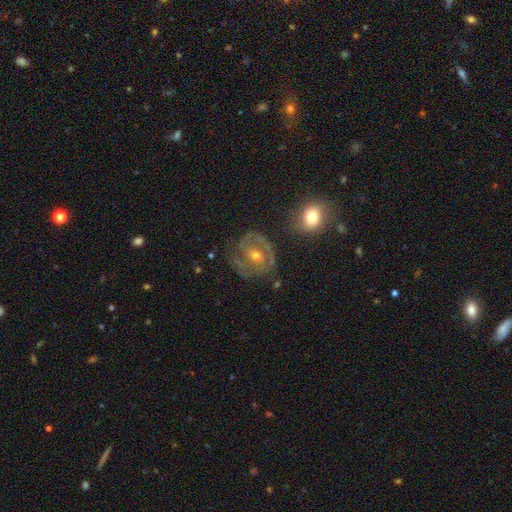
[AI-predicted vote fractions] Smooth or featured: featured or disk — 76% (smooth — 17%)
Edge-on disk: no — 97% (yes — 3%)
Bar: no — 47% (weak — 38%)
Spiral arms: yes — 75% (no — 25%)
Spiral winding: tight — 51% (medium — 37%)
Spiral arm count: 2 — 53% (can't tell — 26%)
Bulge size: moderate — 57% (small — 38%)
Merging: none — 69% (minor disturbance — 18%)